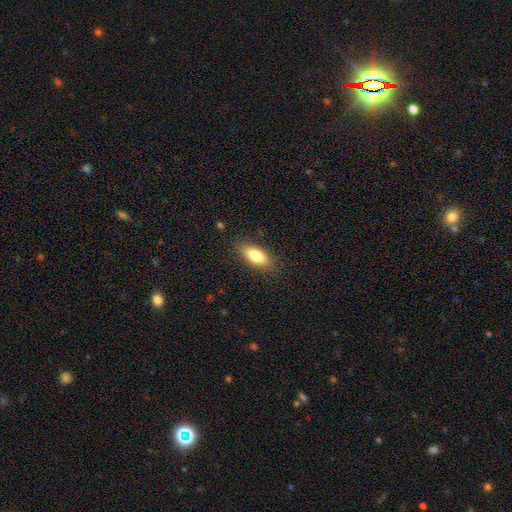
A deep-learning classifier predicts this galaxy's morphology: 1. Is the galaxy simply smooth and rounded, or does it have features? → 81% smooth, 12% featured or disk, 7% star or artifact.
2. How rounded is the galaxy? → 78% in between, 19% cigar-shaped, 2% round.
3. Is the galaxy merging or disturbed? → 85% none, 11% minor disturbance, 3% major disturbance, 1% merger.